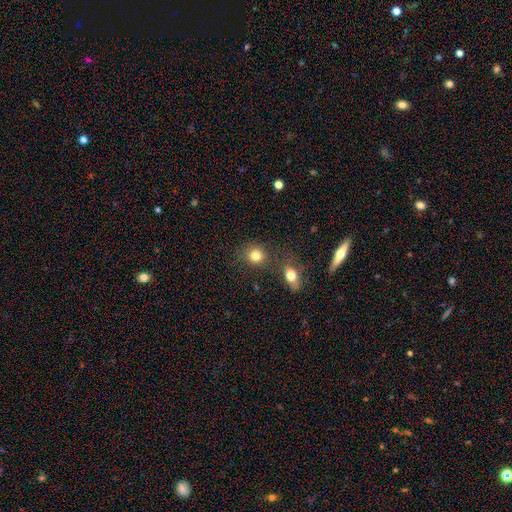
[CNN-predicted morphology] Smooth or featured: smooth — 81% (star or artifact — 12%)
How rounded: round — 82% (in between — 17%)
Merging: none — 75% (merger — 12%)